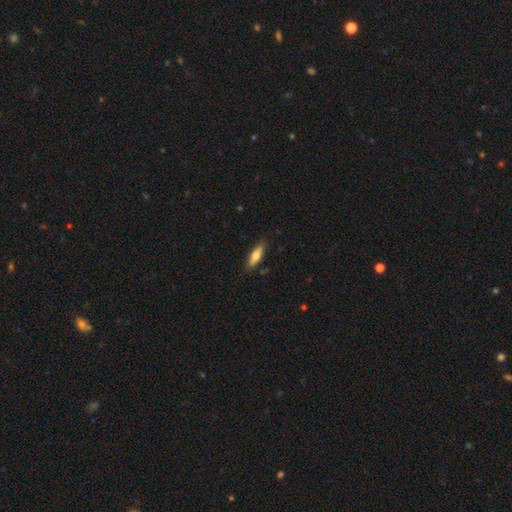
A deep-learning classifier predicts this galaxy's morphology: Smooth or featured: smooth — 67% (featured or disk — 27%)
How rounded: cigar-shaped — 54% (in between — 44%)
Merging: none — 84% (minor disturbance — 12%)